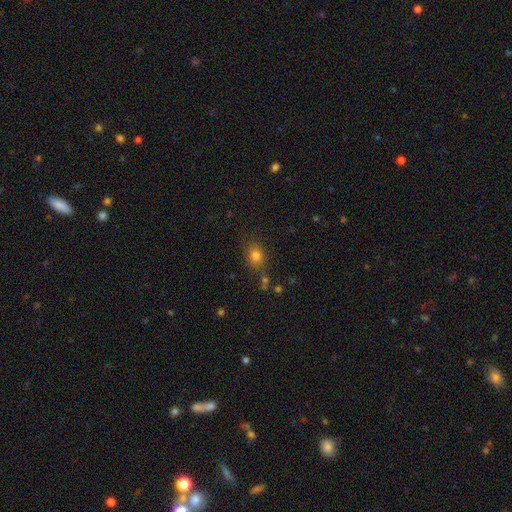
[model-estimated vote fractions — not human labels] This is likely a smooth galaxy (79%). How rounded: possibly round (53%). Merging: likely none (77%).